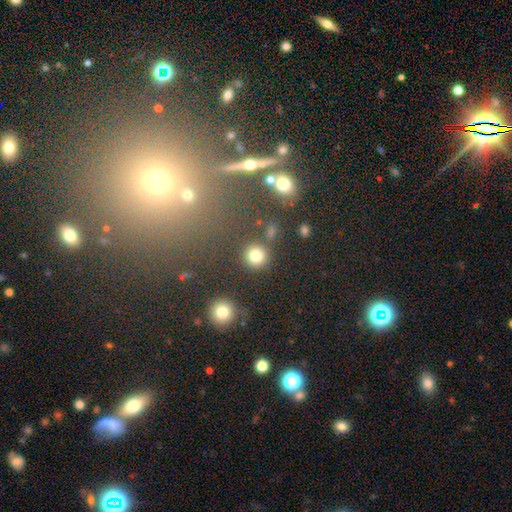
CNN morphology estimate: smooth_or_featured: smooth (p=0.80) [alt: star or artifact p=0.14]
how_rounded: round (p=0.93) [alt: in between p=0.06]
merging: none (p=0.84) [alt: minor disturbance p=0.07]